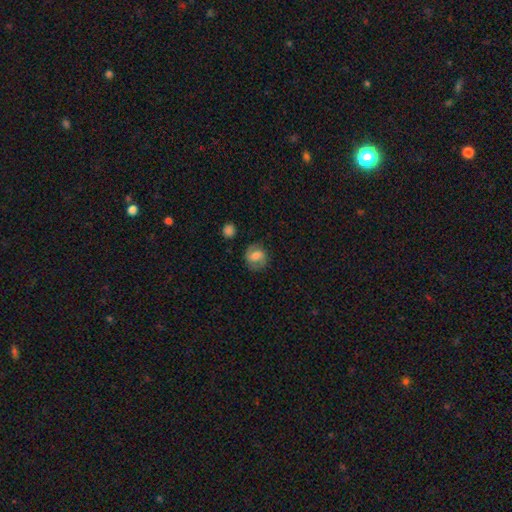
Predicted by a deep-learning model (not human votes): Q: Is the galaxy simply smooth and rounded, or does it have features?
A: smooth — 66%.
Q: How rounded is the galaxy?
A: round — 67%.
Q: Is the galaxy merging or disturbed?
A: none — 76%.